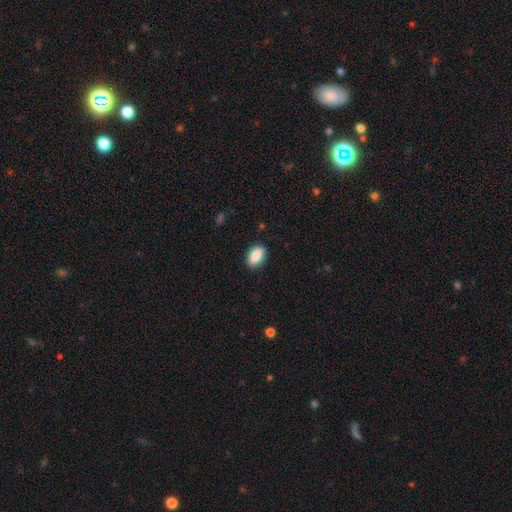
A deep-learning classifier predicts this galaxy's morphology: Smooth or featured? Predicted: smooth (p=0.87). How rounded? Predicted: in between (p=0.88). Merging? Predicted: none (p=0.88).